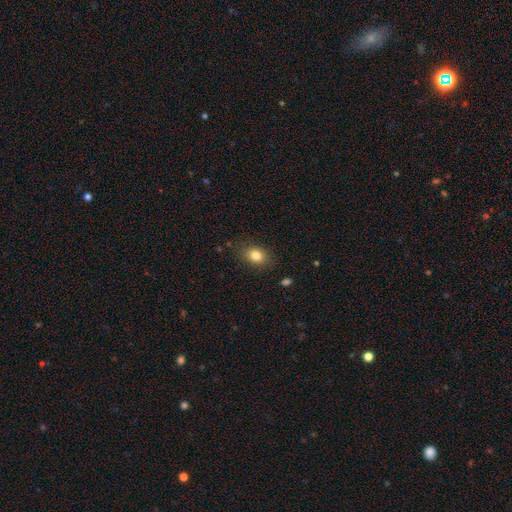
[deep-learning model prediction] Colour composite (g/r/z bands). It shows a smooth galaxy with no disk features (82%) that is in between round and cigar-shaped (67%). Merging: none (83%).